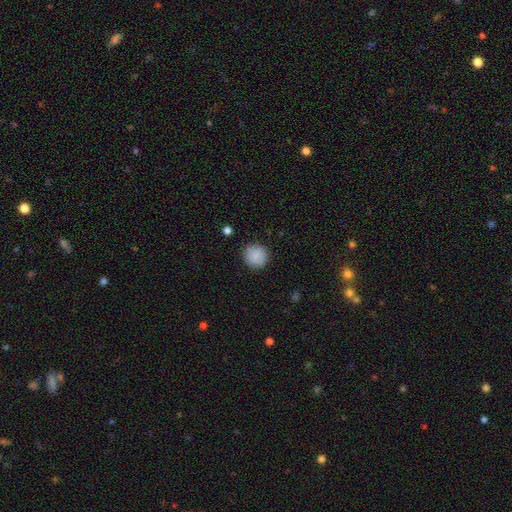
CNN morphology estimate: smooth-or-featured: smooth: 86% | star or artifact: 8% | featured or disk: 6%
  how-rounded: round: 94% | in between: 5% | cigar-shaped: 1%
  merging: none: 89% | minor disturbance: 8% | major disturbance: 2% | merger: 1%